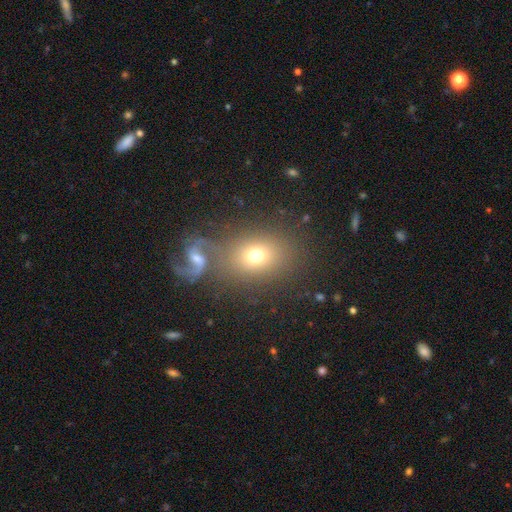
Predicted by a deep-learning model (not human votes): smooth_or_featured: smooth (p=0.67) [alt: featured or disk p=0.22]
how_rounded: in between (p=0.53) [alt: round p=0.46]
merging: none (p=0.59) [alt: merger p=0.23]